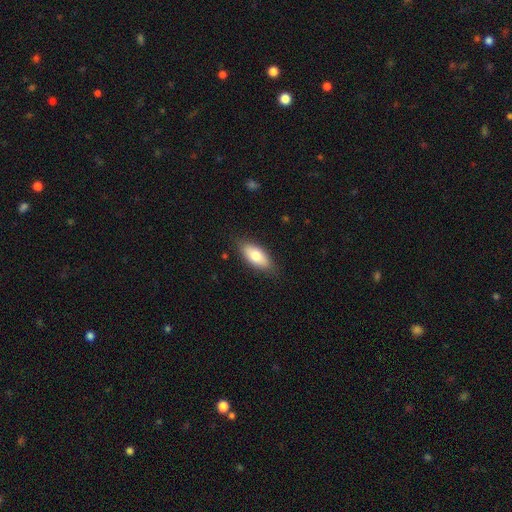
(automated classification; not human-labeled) Smooth or featured? smooth (77%)
How rounded? in between (86%)
Merging? none (83%)